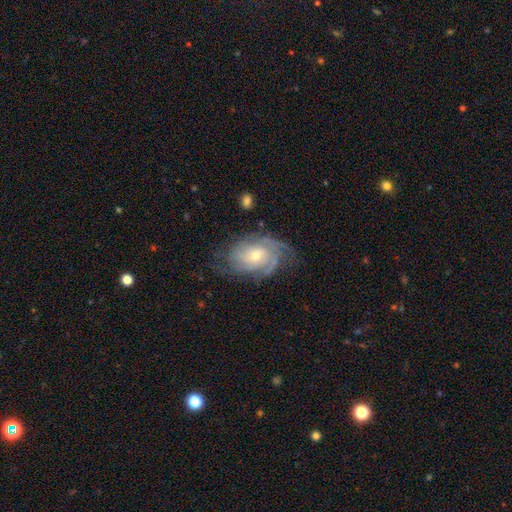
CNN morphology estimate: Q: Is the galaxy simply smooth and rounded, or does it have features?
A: featured or disk — 83%.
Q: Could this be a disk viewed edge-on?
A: no — 96%.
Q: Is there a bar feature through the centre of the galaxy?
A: no — 72%.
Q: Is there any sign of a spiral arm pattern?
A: yes — 94%.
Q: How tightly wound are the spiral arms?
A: tight — 61%.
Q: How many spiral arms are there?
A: can't tell — 35%.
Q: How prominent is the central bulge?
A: small — 55%.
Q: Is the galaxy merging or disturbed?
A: none — 64%.